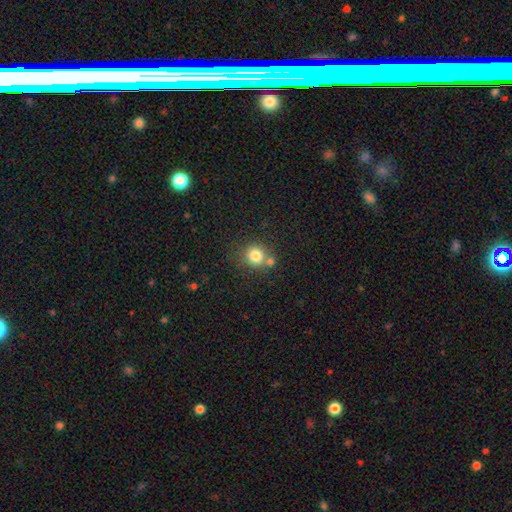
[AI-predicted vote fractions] A smooth galaxy with no disk features (81%) that is round (86%). Merging: none (63%).